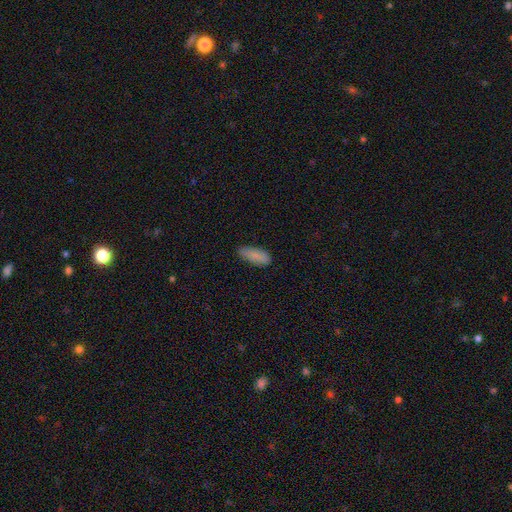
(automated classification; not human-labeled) Smooth or featured? smooth (86%)
How rounded? in between (77%)
Merging? none (81%)